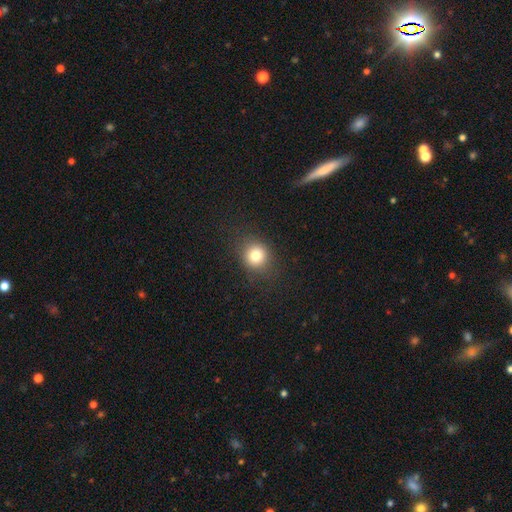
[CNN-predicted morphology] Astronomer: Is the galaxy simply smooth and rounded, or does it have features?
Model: smooth — 80%.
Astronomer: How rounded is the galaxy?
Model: round — 84%.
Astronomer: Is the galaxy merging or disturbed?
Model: none — 86%.